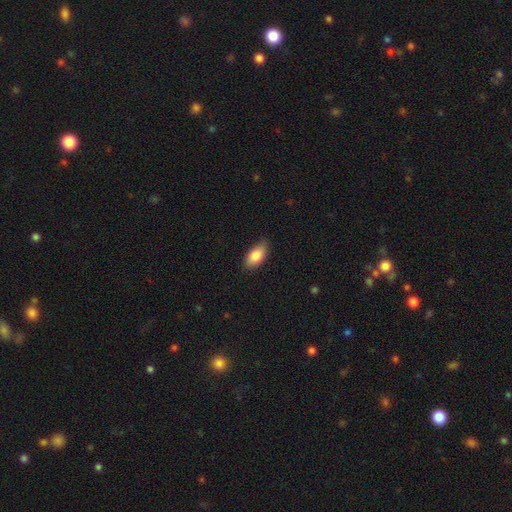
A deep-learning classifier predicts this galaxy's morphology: type=smooth (86%); roundness=in between (92%); merging=none (83%).